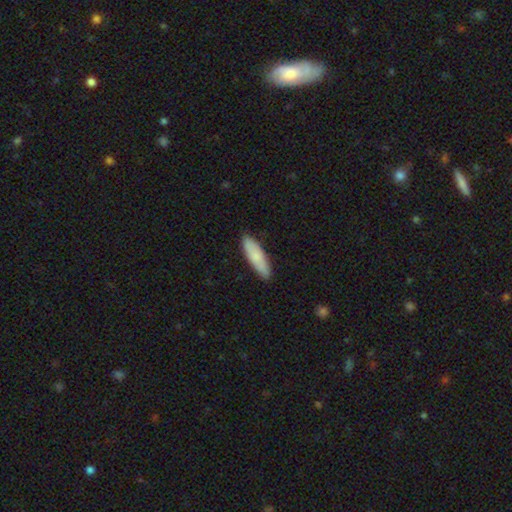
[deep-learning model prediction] A smooth galaxy with no disk features (80%) that is cigar-shaped (58%).

Vote fractions:
- Smooth or featured? smooth: 80% / featured or disk: 15% / star or artifact: 5%
- How rounded? cigar-shaped: 58% / in between: 40% / round: 2%
- Merging? none: 86% / minor disturbance: 11% / major disturbance: 2% / merger: 1%